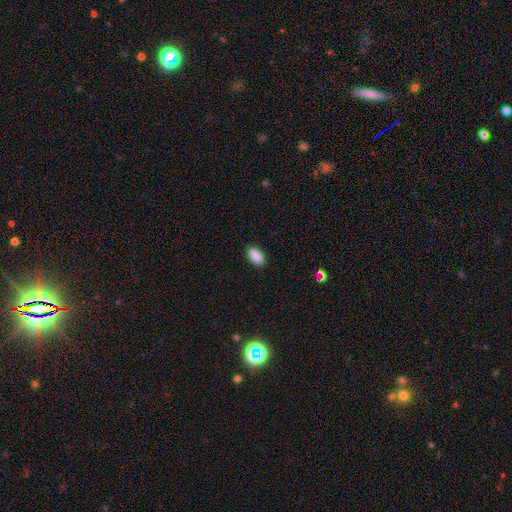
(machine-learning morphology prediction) Smooth or featured? smooth (89%)
How rounded? in between (92%)
Merging? none (89%)